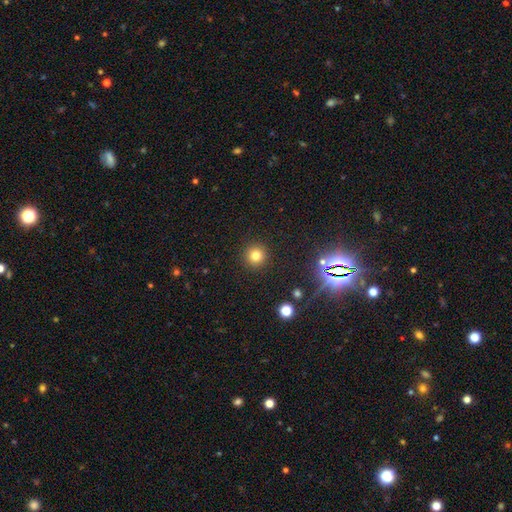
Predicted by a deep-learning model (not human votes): The model was most divided on "smooth or featured": smooth: 78%, star or artifact: 15%, featured or disk: 7%. More confident: how rounded — round (95%); merging — none (92%).